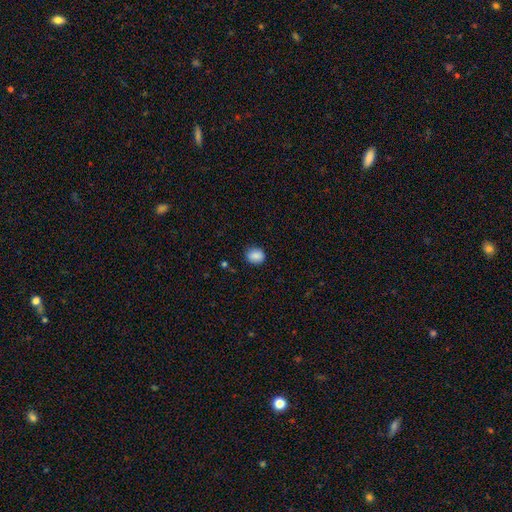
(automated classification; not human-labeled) A smooth galaxy with no disk features (87%) that is round (62%). Merging: none (84%).